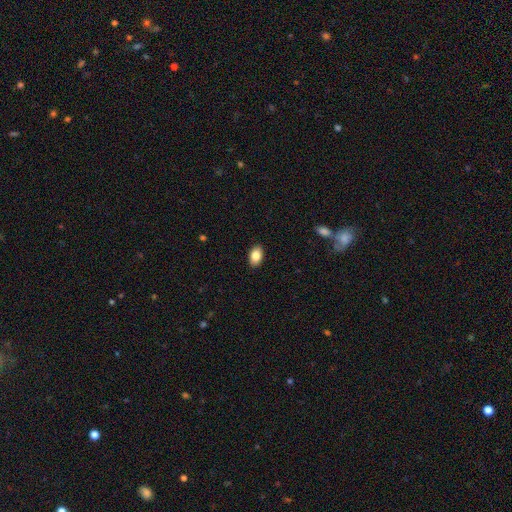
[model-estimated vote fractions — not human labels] smooth 84%, featured or disk 8%, star or artifact 8%. Down the decision tree: how rounded — in between (88%); merging — none (90%).